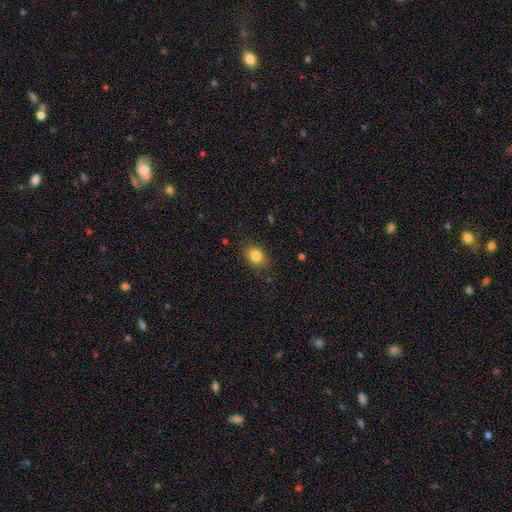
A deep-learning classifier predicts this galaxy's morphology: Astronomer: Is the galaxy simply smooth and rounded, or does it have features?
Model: smooth — 83%.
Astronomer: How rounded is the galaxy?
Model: in between — 64%.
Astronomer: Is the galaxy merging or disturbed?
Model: none — 85%.